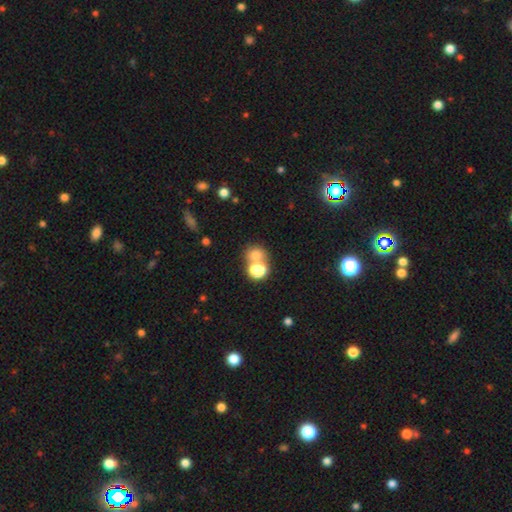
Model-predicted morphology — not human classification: Q: Smooth or featured?
A: smooth (73%); runner-up: star or artifact (18%)
Q: How rounded?
A: round (76%); runner-up: in between (23%)
Q: Merging?
A: none (50%); runner-up: merger (37%)